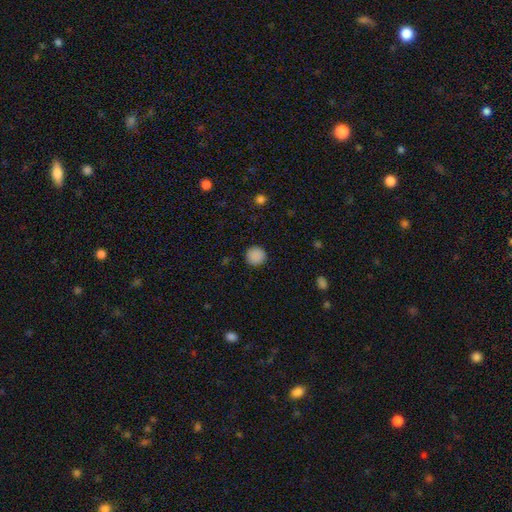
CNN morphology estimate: This appears to be a smooth galaxy with no disk features (88%) that is round (94%). Merging: none (91%).